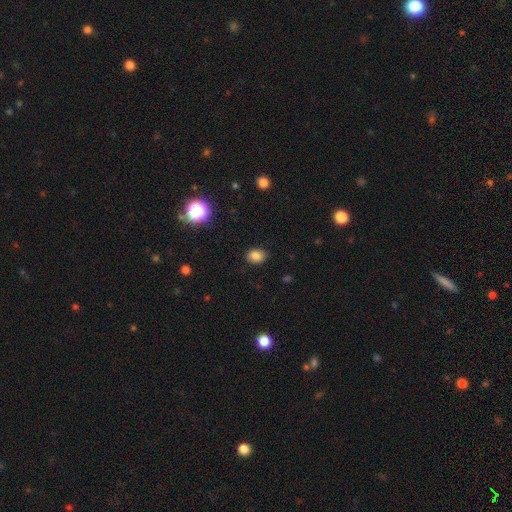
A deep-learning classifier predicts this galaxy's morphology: Q: Smooth or featured?
A: smooth (82%); runner-up: star or artifact (13%)
Q: How rounded?
A: in between (62%); runner-up: round (37%)
Q: Merging?
A: none (86%); runner-up: minor disturbance (10%)